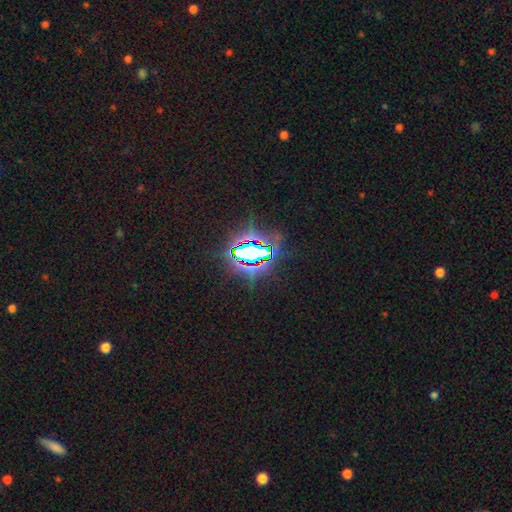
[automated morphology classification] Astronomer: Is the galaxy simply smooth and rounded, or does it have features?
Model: star or artifact — 79%.